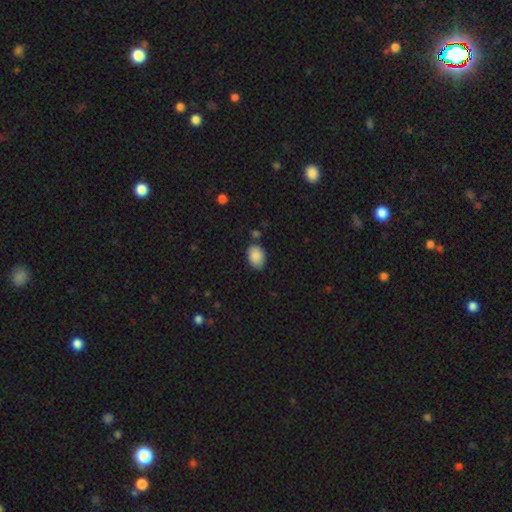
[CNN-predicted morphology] Q: Smooth or featured?
A: smooth (88%); runner-up: star or artifact (7%)
Q: How rounded?
A: in between (81%); runner-up: round (18%)
Q: Merging?
A: none (75%); runner-up: minor disturbance (18%)